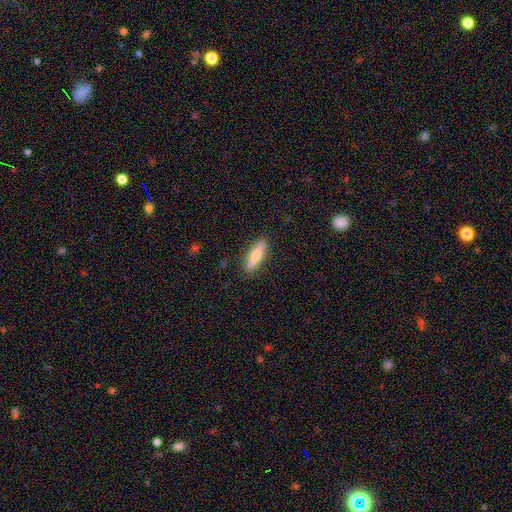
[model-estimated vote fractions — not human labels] Smooth or featured? Predicted: smooth (p=0.71). How rounded? Predicted: cigar-shaped (p=0.67). Merging? Predicted: none (p=0.89).